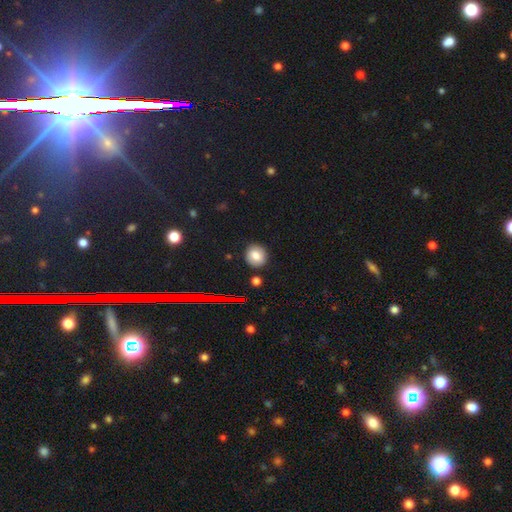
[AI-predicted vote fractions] This appears to be a smooth galaxy with no disk features (76%) that is round (86%). Merging: none (87%).